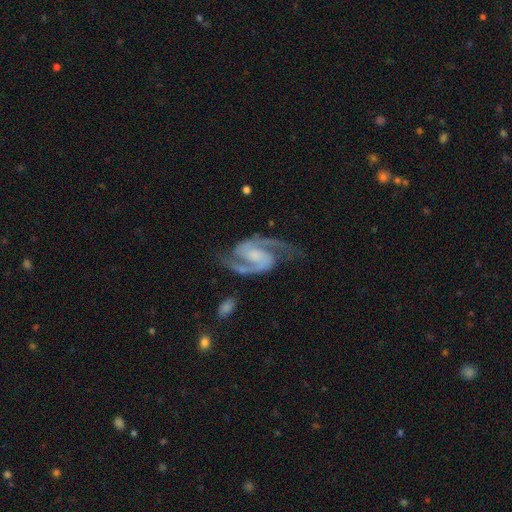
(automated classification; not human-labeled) Morphology: type=featured or disk (93%); edge-on=no (98%); bar=no (42%); spiral arms=yes (98%); winding=medium (63%); arm count=2 (94%); bulge=small (36%); merging=none (73%).